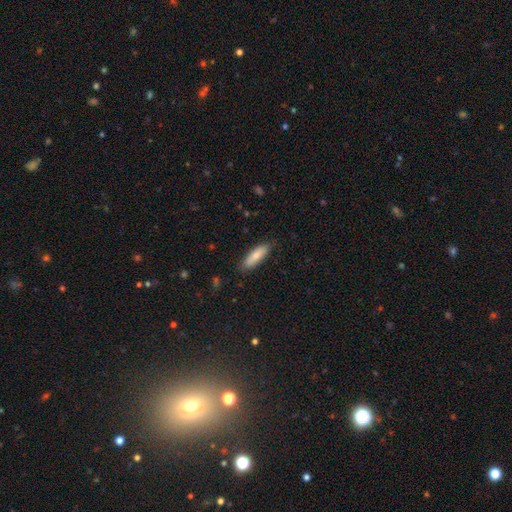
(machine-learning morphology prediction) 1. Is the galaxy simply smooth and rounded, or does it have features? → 79% smooth, 15% featured or disk, 6% star or artifact.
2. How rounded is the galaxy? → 51% cigar-shaped, 47% in between, 2% round.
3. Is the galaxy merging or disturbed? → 85% none, 12% minor disturbance, 2% major disturbance, 1% merger.